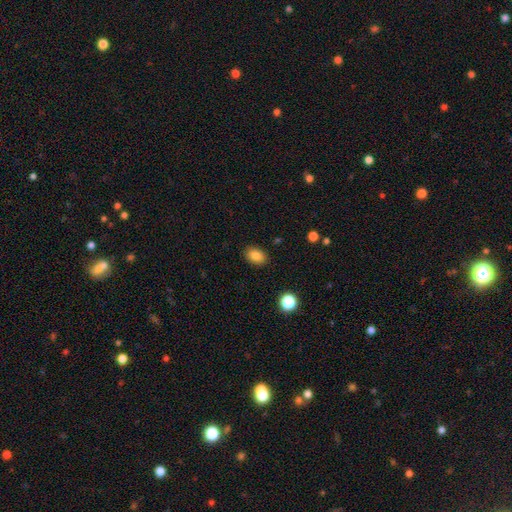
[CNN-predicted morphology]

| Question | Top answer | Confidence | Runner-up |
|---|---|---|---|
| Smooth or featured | smooth | 85% | star or artifact (10%) |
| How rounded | in between | 75% | round (24%) |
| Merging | none | 88% | minor disturbance (8%) |